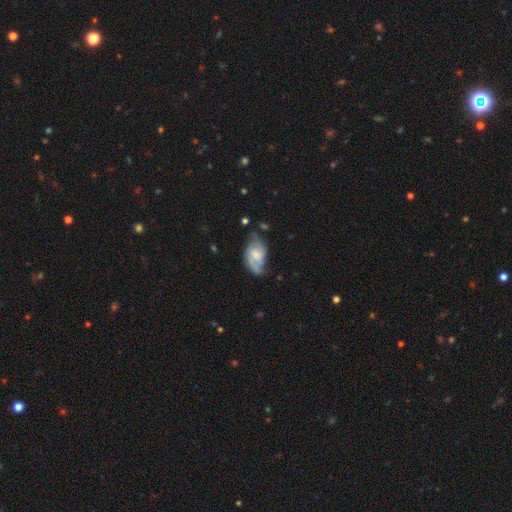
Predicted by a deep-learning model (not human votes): Q: Smooth or featured?
A: featured or disk (66%); runner-up: smooth (28%)
Q: Edge-on disk?
A: no (96%); runner-up: yes (4%)
Q: Bar?
A: no (54%); runner-up: weak (40%)
Q: Spiral arms?
A: yes (87%); runner-up: no (13%)
Q: Spiral winding?
A: medium (45%); runner-up: tight (29%)
Q: Spiral arm count?
A: 2 (67%); runner-up: can't tell (16%)
Q: Bulge size?
A: moderate (38%); runner-up: small (36%)
Q: Merging?
A: none (47%); runner-up: minor disturbance (32%)